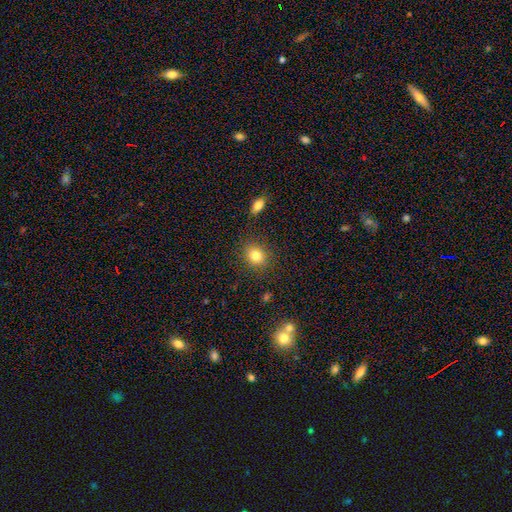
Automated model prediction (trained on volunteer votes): Smooth or featured: smooth — 82% (star or artifact — 11%)
How rounded: round — 61% (in between — 38%)
Merging: none — 86% (minor disturbance — 9%)